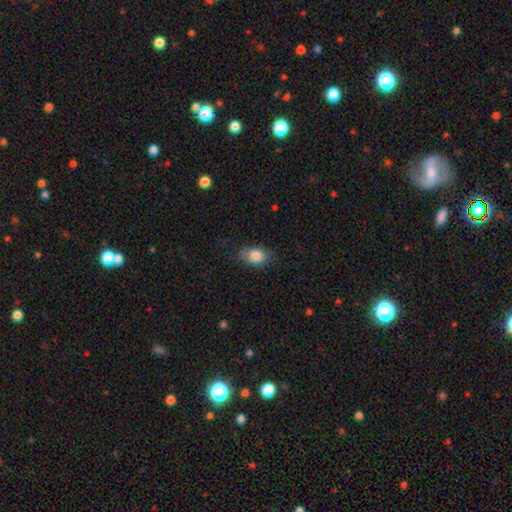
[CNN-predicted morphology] smooth_or_featured: smooth (p=0.83) [alt: featured or disk p=0.09]
how_rounded: in between (p=0.80) [alt: round p=0.18]
merging: none (p=0.71) [alt: minor disturbance p=0.22]